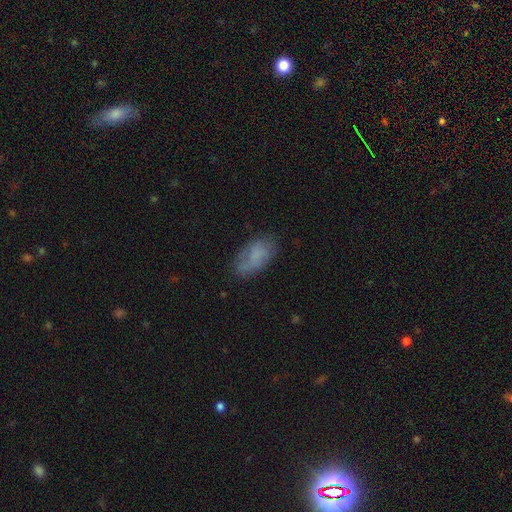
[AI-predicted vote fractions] A smooth galaxy with no disk features (71%) that is in between round and cigar-shaped (93%).

Vote fractions:
- Smooth or featured? smooth: 71% / featured or disk: 20% / star or artifact: 9%
- How rounded? in between: 93% / cigar-shaped: 4% / round: 4%
- Merging? none: 62% / minor disturbance: 26% / major disturbance: 10% / merger: 2%